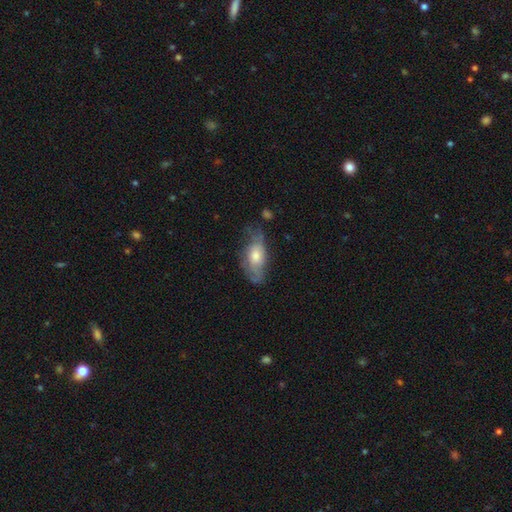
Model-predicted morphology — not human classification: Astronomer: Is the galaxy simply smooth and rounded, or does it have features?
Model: featured or disk — 48% (runner-up: smooth, 44%).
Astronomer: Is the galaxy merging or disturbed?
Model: none — 48% (runner-up: minor disturbance, 32%).